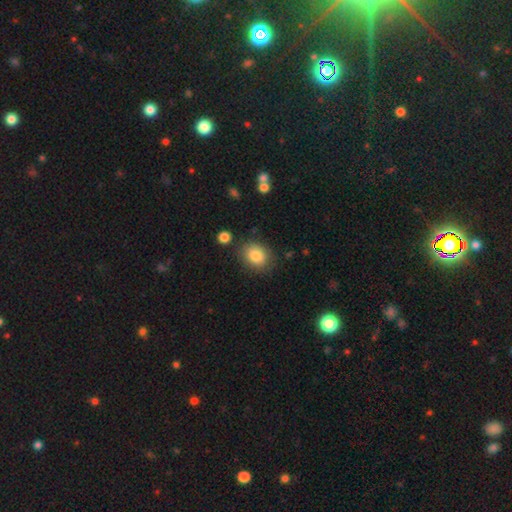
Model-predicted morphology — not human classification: smooth_or_featured: smooth (p=0.85) [alt: star or artifact p=0.08]
how_rounded: in between (p=0.50) [alt: round p=0.49]
merging: none (p=0.80) [alt: minor disturbance p=0.13]